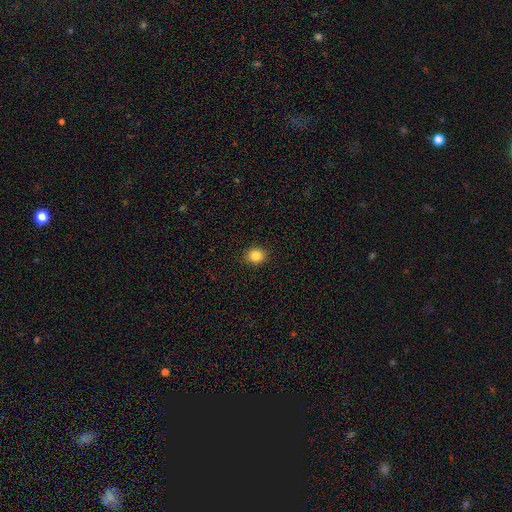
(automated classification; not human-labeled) This appears to be a smooth galaxy with no disk features (84%) that is round (74%). Merging: none (90%).